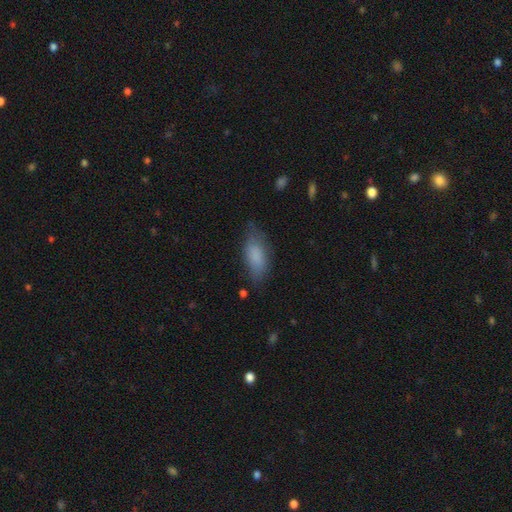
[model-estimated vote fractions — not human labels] The model was most divided on "merging": none: 66%, minor disturbance: 24%, major disturbance: 8%, merger: 2%. More confident: how rounded — in between (84%); smooth or featured — smooth (82%).